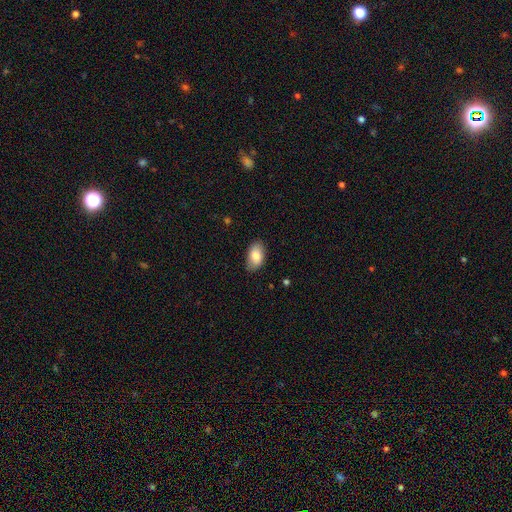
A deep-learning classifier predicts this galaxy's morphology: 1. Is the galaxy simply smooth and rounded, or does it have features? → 82% smooth, 11% featured or disk, 7% star or artifact.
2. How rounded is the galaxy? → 93% in between, 5% round, 2% cigar-shaped.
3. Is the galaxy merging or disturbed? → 83% none, 13% minor disturbance, 2% major disturbance, 1% merger.